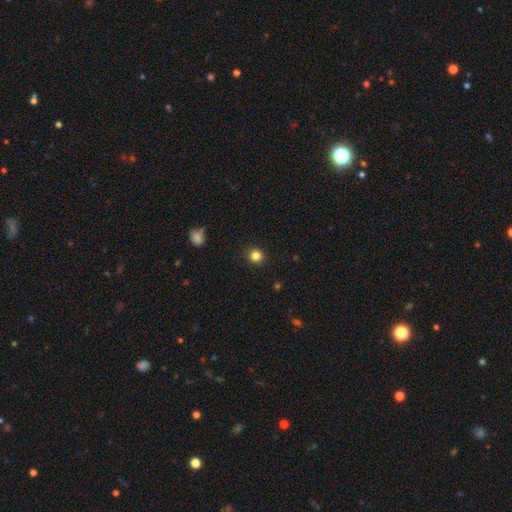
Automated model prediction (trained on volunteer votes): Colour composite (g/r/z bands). It shows a smooth galaxy with no disk features (83%) that is round (92%). Merging: none (91%).